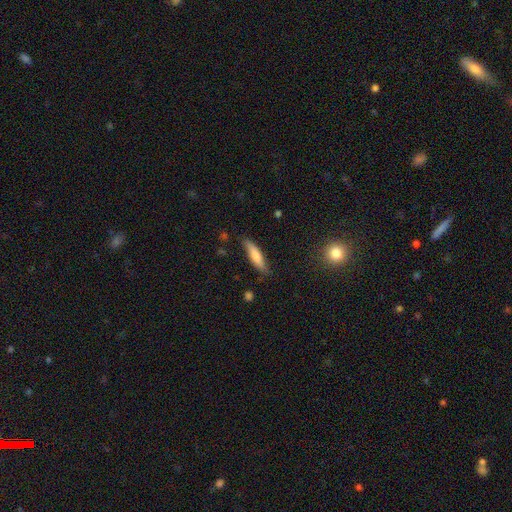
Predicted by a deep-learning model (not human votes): smooth_or_featured: smooth (p=0.73) [alt: featured or disk p=0.21]
how_rounded: cigar-shaped (p=0.74) [alt: in between p=0.24]
merging: none (p=0.80) [alt: minor disturbance p=0.16]